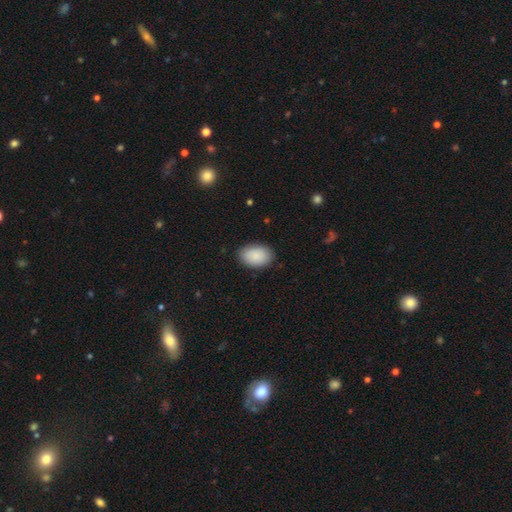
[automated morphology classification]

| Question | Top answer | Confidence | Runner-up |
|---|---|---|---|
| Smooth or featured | smooth | 89% | star or artifact (6%) |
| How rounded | in between | 89% | round (10%) |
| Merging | none | 87% | minor disturbance (10%) |